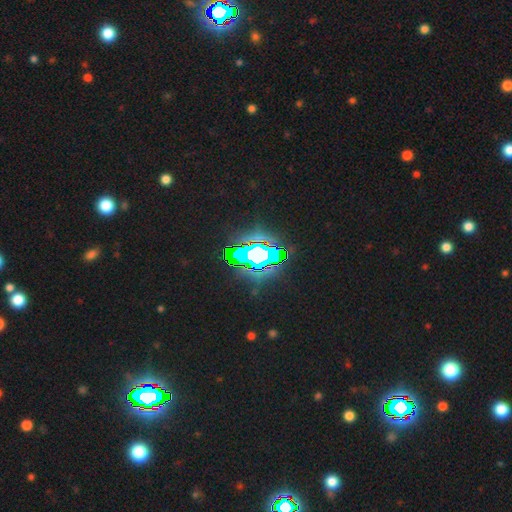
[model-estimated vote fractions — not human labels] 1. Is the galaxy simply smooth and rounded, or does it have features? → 64% star or artifact, 18% featured or disk, 17% smooth.